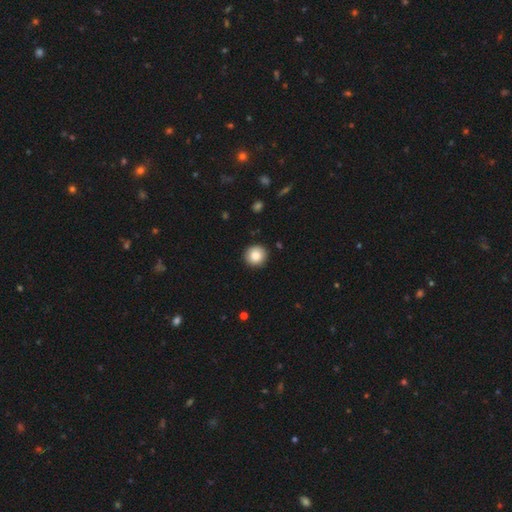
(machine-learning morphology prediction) Smooth or featured? Predicted: smooth (p=0.85). How rounded? Predicted: round (p=0.93). Merging? Predicted: none (p=0.91).